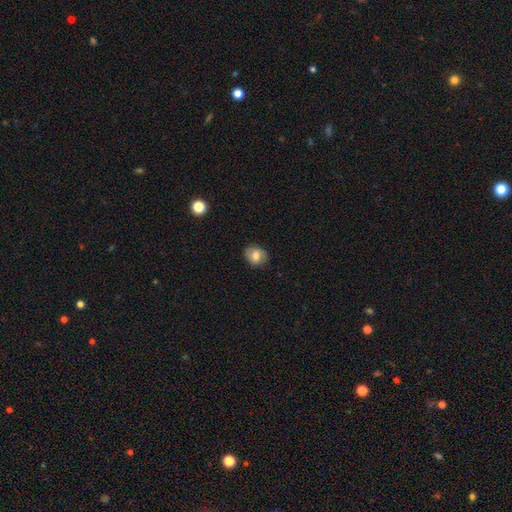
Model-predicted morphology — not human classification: A smooth galaxy with no disk features (78%) that is round (59%). Merging: none (85%).